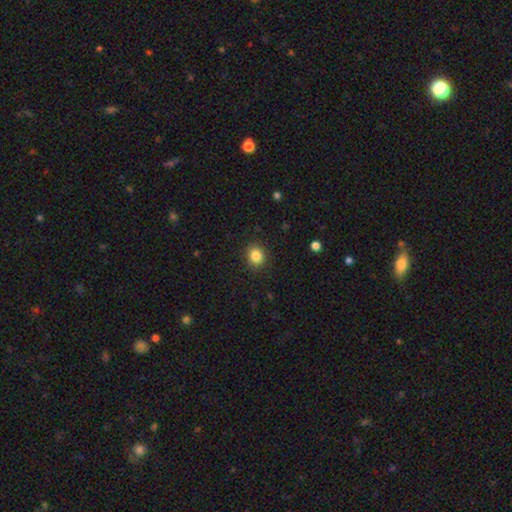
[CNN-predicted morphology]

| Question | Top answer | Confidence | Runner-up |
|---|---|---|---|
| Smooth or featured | smooth | 84% | star or artifact (11%) |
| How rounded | round | 73% | in between (26%) |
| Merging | none | 90% | minor disturbance (7%) |